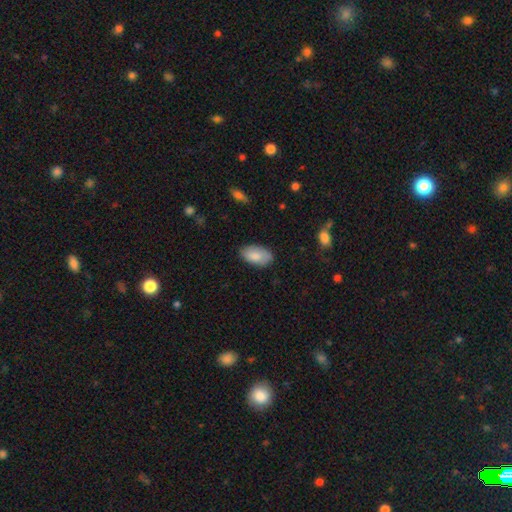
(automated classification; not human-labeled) This is clearly a smooth galaxy (84%). How rounded: clearly in between (95%). Merging: likely none (79%).